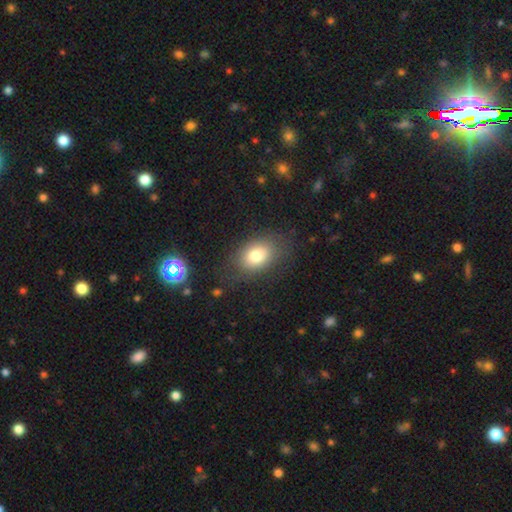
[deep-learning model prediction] Smooth or featured: smooth — 77% (featured or disk — 13%)
How rounded: in between — 77% (round — 22%)
Merging: none — 75% (minor disturbance — 16%)